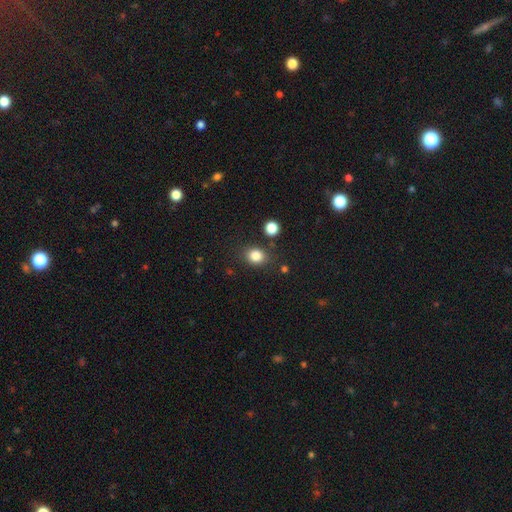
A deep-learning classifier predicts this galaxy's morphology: Smooth or featured?
  - smooth: 83% *
  - star or artifact: 12%
  - featured or disk: 5%
How rounded?
  - round: 61% *
  - in between: 38%
  - cigar-shaped: 1%
Merging?
  - none: 81% *
  - minor disturbance: 11%
  - merger: 5%
  - major disturbance: 4%